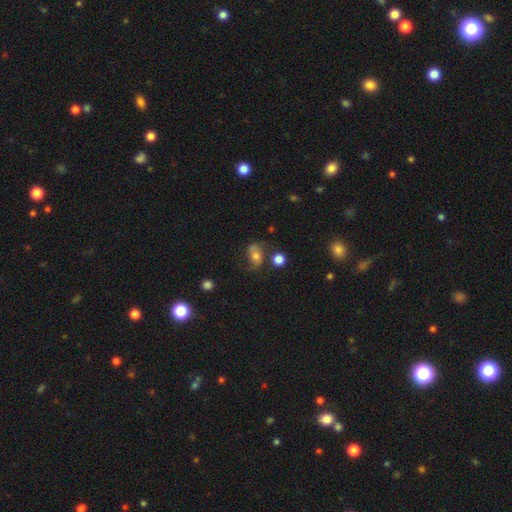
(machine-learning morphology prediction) The model was most divided on "smooth or featured": featured or disk: 45%, smooth: 43%, star or artifact: 12%. More confident: merging — none (55%).